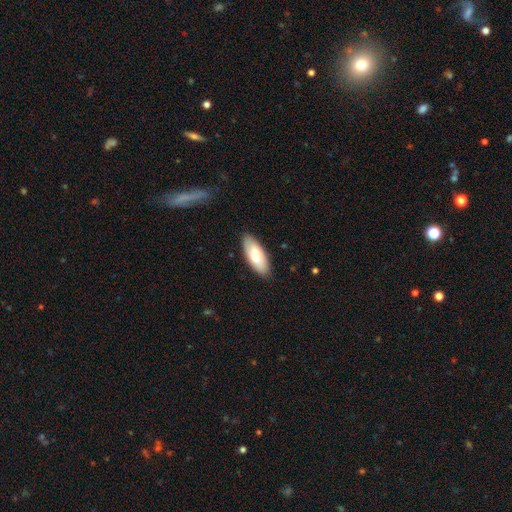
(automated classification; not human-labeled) A smooth galaxy with no disk features (78%) that is in between round and cigar-shaped (80%).

Vote fractions:
- Smooth or featured? smooth: 78% / featured or disk: 17% / star or artifact: 5%
- How rounded? in between: 80% / cigar-shaped: 18% / round: 2%
- Merging? none: 86% / minor disturbance: 11% / major disturbance: 2% / merger: 1%